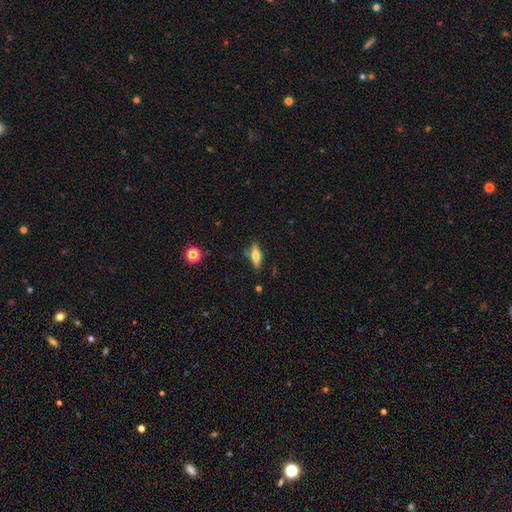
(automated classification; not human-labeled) Smooth or featured?
  - featured or disk: 48% *
  - smooth: 44%
  - star or artifact: 8%
Merging?
  - none: 80% *
  - minor disturbance: 13%
  - merger: 4%
  - major disturbance: 3%